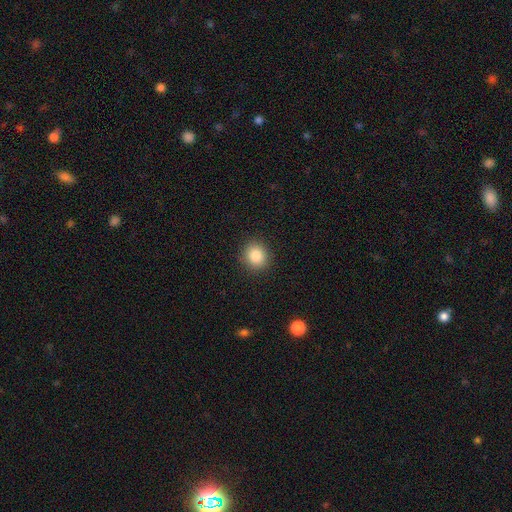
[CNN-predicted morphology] This appears to be a smooth galaxy with no disk features (86%) that is round (83%). Merging: none (90%).